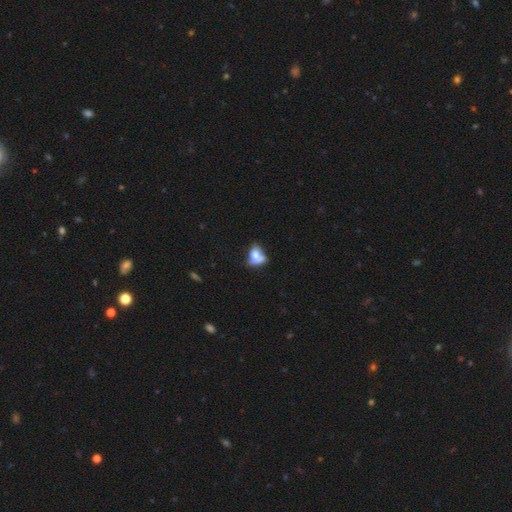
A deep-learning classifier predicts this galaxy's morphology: Q: Smooth or featured?
A: smooth (65%); runner-up: featured or disk (24%)
Q: How rounded?
A: in between (65%); runner-up: round (33%)
Q: Merging?
A: none (29%); runner-up: minor disturbance (26%)